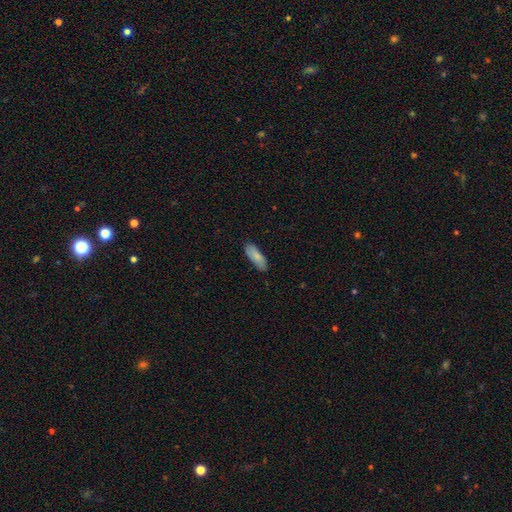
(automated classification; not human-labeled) Q: Smooth or featured?
A: smooth (82%); runner-up: featured or disk (12%)
Q: How rounded?
A: in between (61%); runner-up: cigar-shaped (38%)
Q: Merging?
A: none (82%); runner-up: minor disturbance (14%)